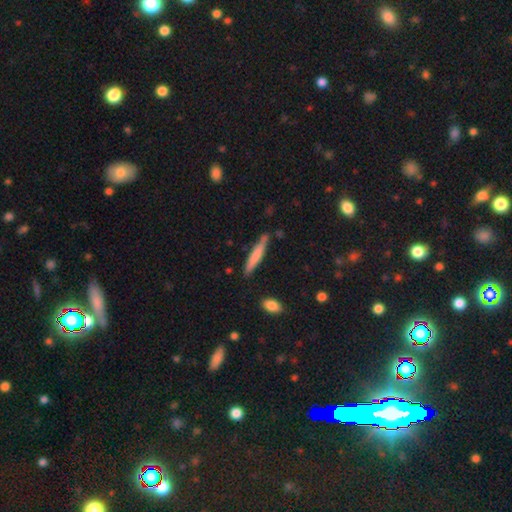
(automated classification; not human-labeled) Smooth or featured? smooth (70%)
How rounded? cigar-shaped (92%)
Merging? none (79%)